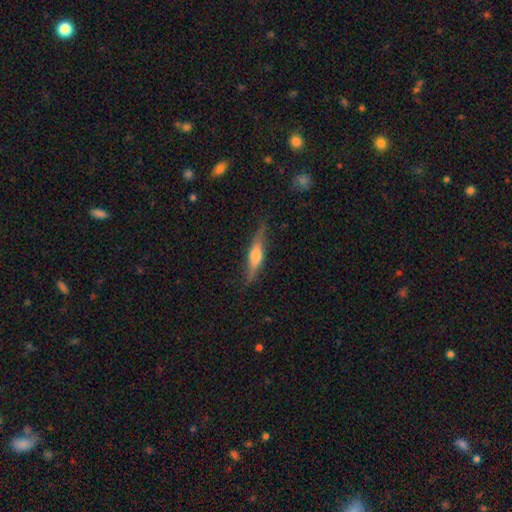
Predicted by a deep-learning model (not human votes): Smooth or featured?
  - featured or disk: 60% *
  - smooth: 34%
  - star or artifact: 6%
Edge-on disk?
  - yes: 92% *
  - no: 8%
Edge-on bulge?
  - rounded: 82% *
  - boxy: 13%
  - none: 5%
Merging?
  - none: 77% *
  - minor disturbance: 18%
  - major disturbance: 4%
  - merger: 1%